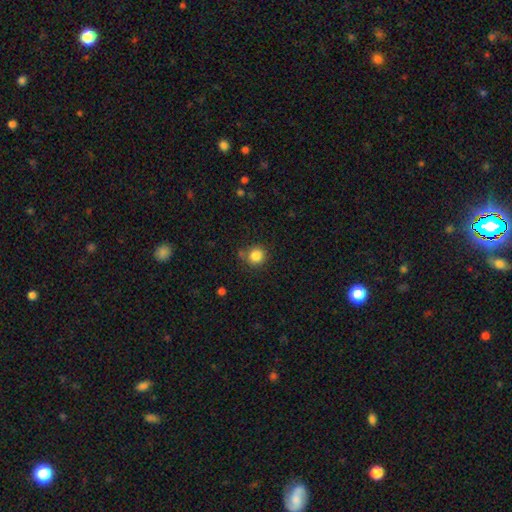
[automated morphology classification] Overall: smooth (85%). How rounded: round (91%). Merging: none (77%).